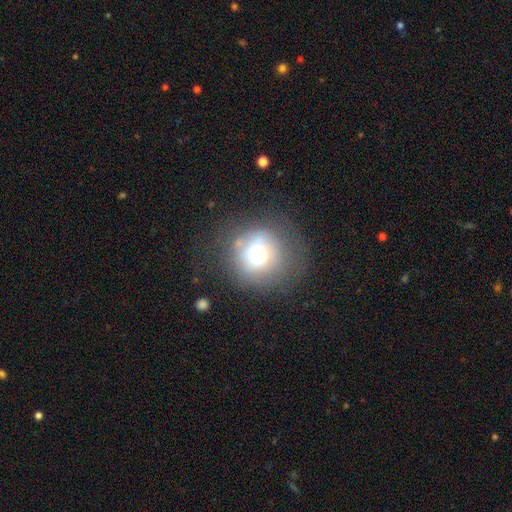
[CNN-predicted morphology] Smooth or featured: smooth — 63% (featured or disk — 24%)
How rounded: round — 89% (in between — 10%)
Merging: none — 63% (minor disturbance — 20%)